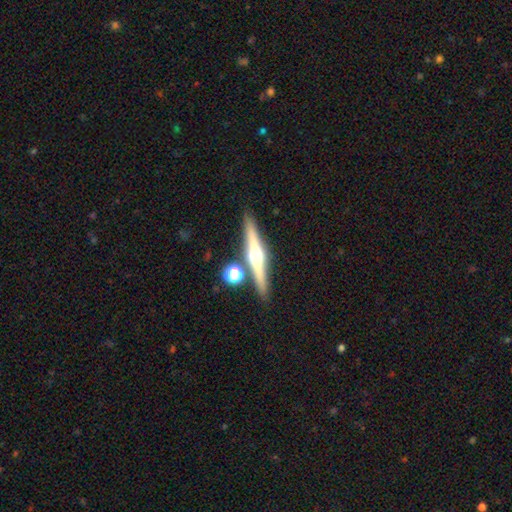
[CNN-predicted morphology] Q: Smooth or featured?
A: featured or disk (74%); runner-up: smooth (19%)
Q: Edge-on disk?
A: yes (97%); runner-up: no (3%)
Q: Edge-on bulge?
A: rounded (95%); runner-up: boxy (3%)
Q: Merging?
A: none (84%); runner-up: minor disturbance (7%)